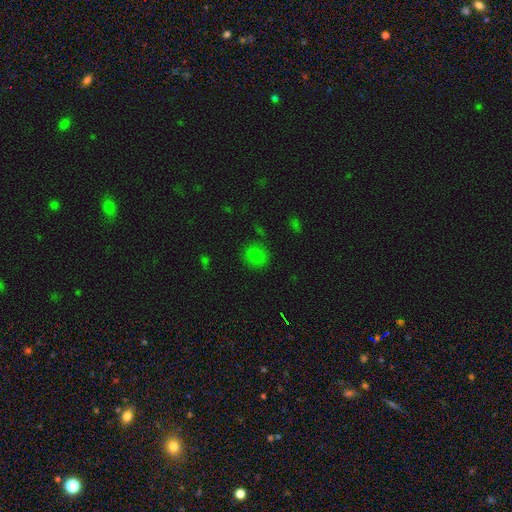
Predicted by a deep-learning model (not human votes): smooth 77%, star or artifact 15%, featured or disk 8%. Down the decision tree: how rounded — round (76%); merging — none (81%).